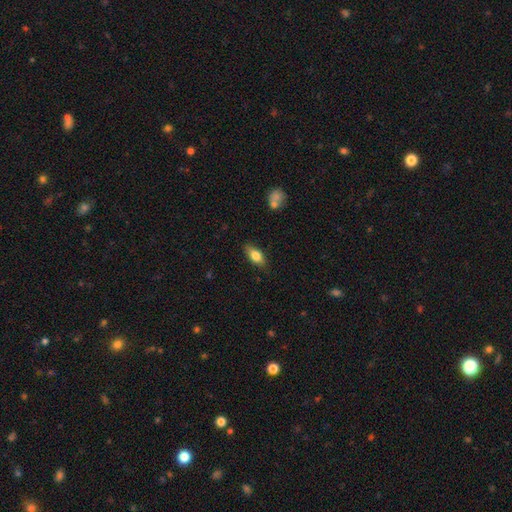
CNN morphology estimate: Q: Smooth or featured?
A: smooth (77%); runner-up: featured or disk (16%)
Q: How rounded?
A: in between (84%); runner-up: cigar-shaped (12%)
Q: Merging?
A: none (82%); runner-up: minor disturbance (14%)